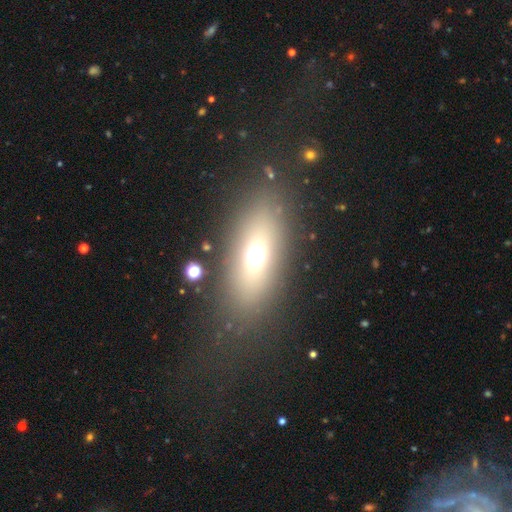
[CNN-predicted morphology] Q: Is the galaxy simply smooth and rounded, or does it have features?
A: smooth — 63%.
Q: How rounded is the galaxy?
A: in between — 72%.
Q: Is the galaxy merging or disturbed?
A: none — 81%.